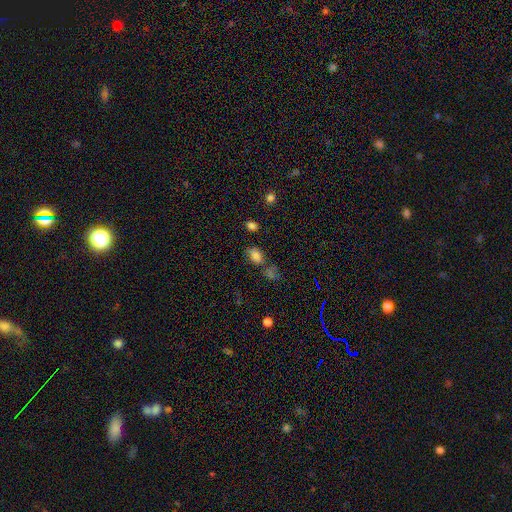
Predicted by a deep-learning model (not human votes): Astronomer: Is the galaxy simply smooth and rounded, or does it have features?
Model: smooth — 79%.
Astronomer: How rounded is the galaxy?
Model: in between — 80%.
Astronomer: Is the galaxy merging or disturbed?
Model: none — 62%.